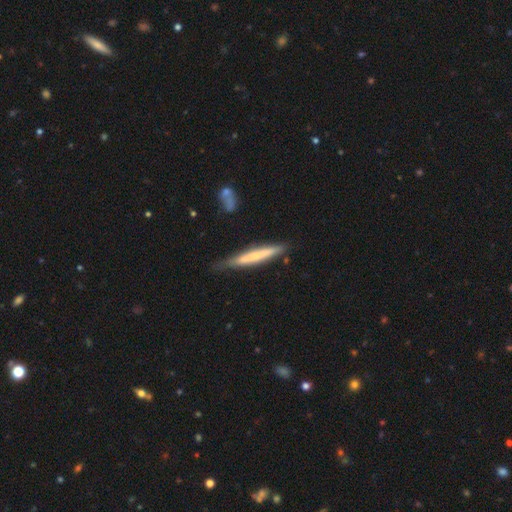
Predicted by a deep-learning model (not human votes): Overall: smooth (56%; featured or disk 39%). How rounded: cigar-shaped (95%). Merging: none (71%).